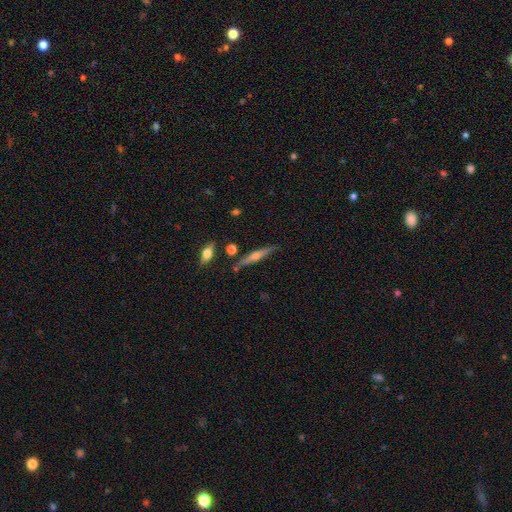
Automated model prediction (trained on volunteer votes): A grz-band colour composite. It shows a featured or disk galaxy (59%) viewed edge-on (96%) with a rounded central bulge (84%). Merging: none (81%).